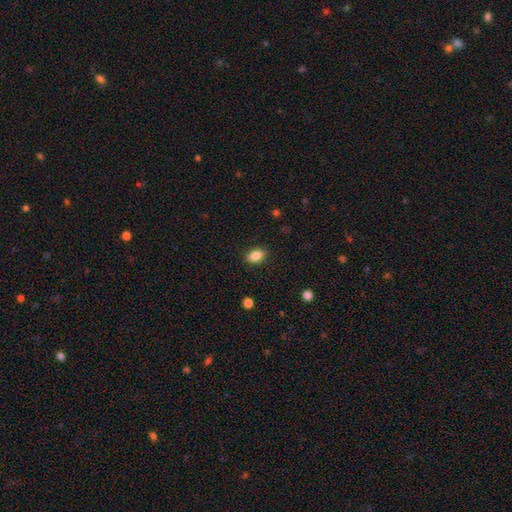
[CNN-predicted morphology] Smooth or featured?
  - smooth: 85% *
  - star or artifact: 9%
  - featured or disk: 6%
How rounded?
  - in between: 84% *
  - round: 13%
  - cigar-shaped: 3%
Merging?
  - none: 87% *
  - minor disturbance: 10%
  - major disturbance: 2%
  - merger: 1%